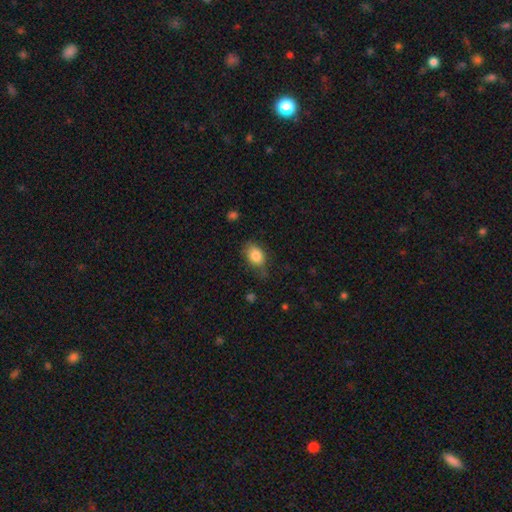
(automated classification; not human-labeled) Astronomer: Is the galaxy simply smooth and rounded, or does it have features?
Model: smooth — 84%.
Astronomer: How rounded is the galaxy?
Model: in between — 77%.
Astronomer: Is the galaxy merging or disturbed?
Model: none — 62%.